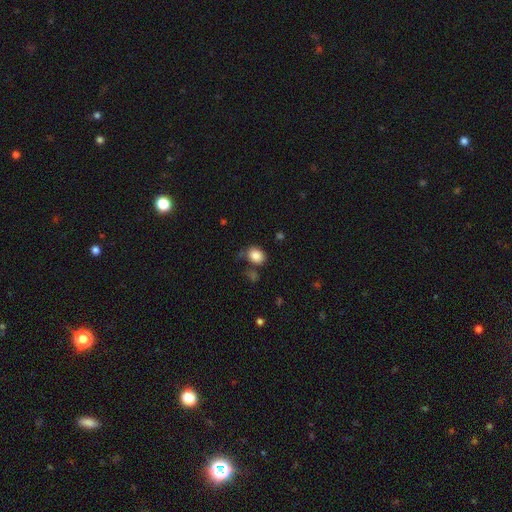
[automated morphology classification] Smooth or featured? Predicted: smooth (p=0.85). How rounded? Predicted: in between (p=0.55). Merging? Predicted: none (p=0.69).